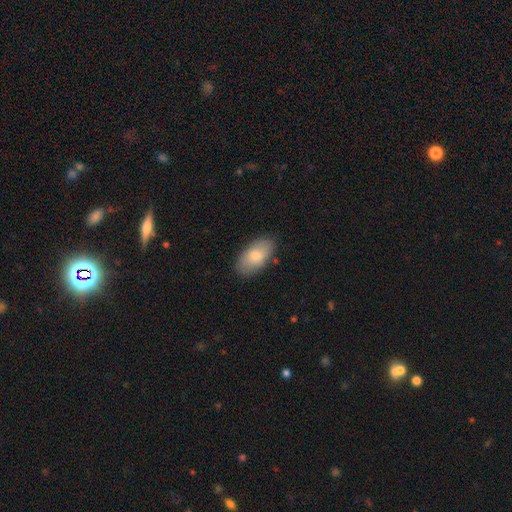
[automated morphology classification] Smooth or featured? smooth (77%)
How rounded? in between (94%)
Merging? none (83%)